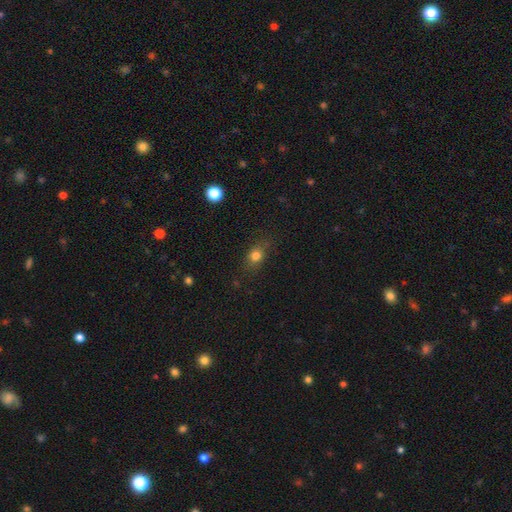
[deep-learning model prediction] Smooth or featured? Predicted: smooth (p=0.79). How rounded? Predicted: in between (p=0.50). Merging? Predicted: none (p=0.77).